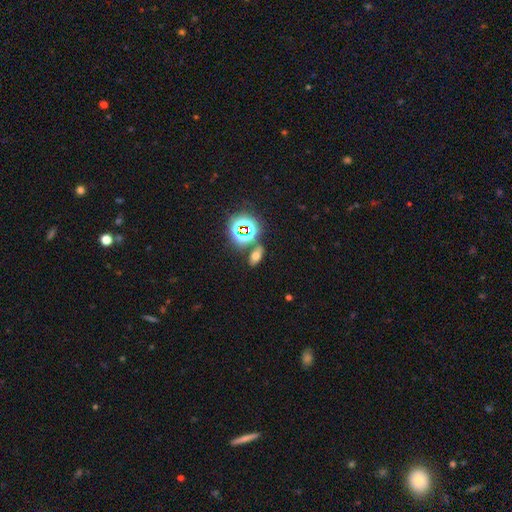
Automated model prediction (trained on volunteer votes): smooth_or_featured: smooth (p=0.56) [alt: star or artifact p=0.31]
how_rounded: in between (p=0.79) [alt: round p=0.12]
merging: none (p=0.77) [alt: minor disturbance p=0.10]